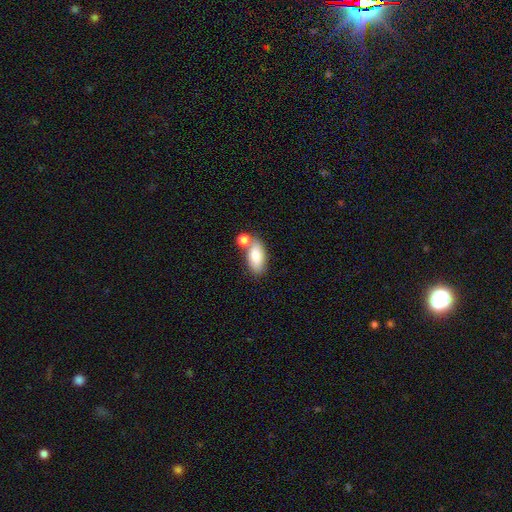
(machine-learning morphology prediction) A smooth galaxy with no disk features (79%) that is in between round and cigar-shaped (88%). Merging: none (60%).